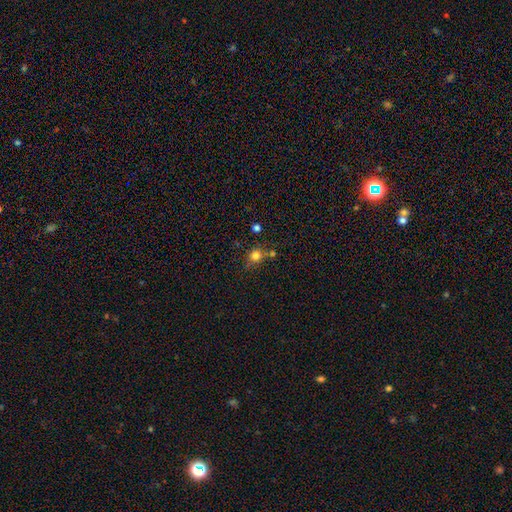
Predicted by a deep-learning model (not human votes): The model was most divided on "merging": none: 63%, merger: 17%, minor disturbance: 14%, major disturbance: 5%. More confident: how rounded — round (83%); smooth or featured — smooth (78%).